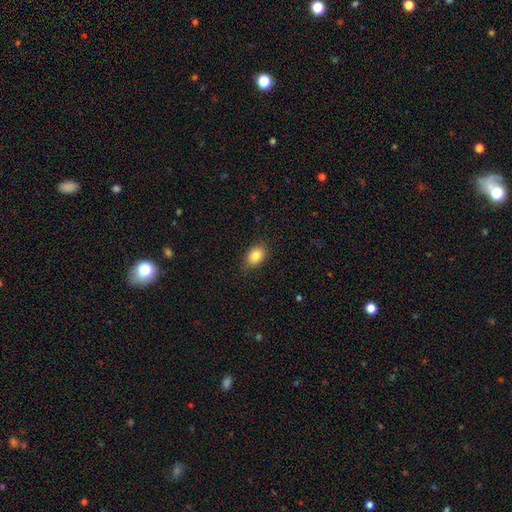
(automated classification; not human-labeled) The model was most divided on "how rounded": in between: 71%, round: 27%, cigar-shaped: 1%. More confident: smooth or featured — smooth (84%); merging — none (82%).